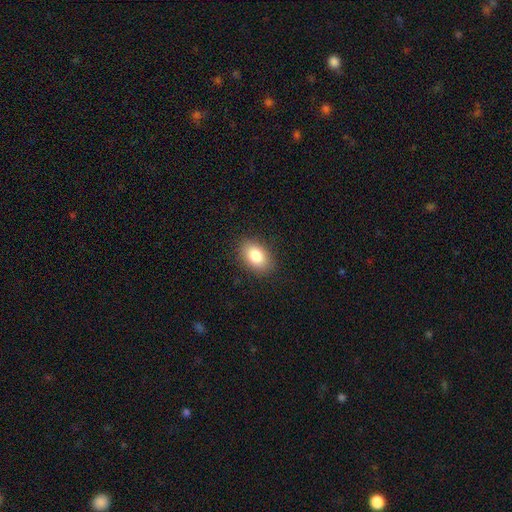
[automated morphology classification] The model was most divided on "how rounded": in between: 86%, round: 13%, cigar-shaped: 1%. More confident: merging — none (87%); smooth or featured — smooth (84%).